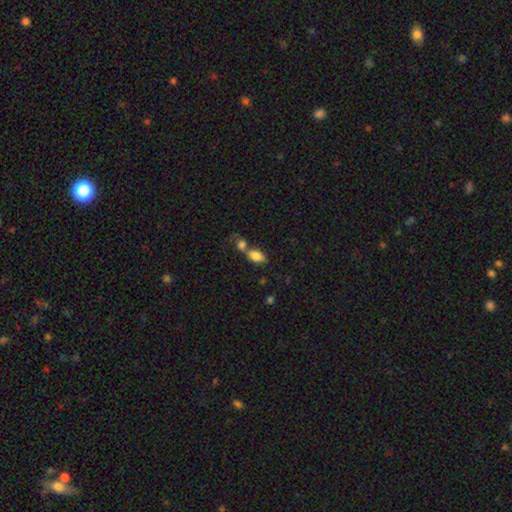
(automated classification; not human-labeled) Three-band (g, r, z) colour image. It shows a smooth galaxy with no disk features (82%) that is in between round and cigar-shaped (88%). Merging: merger (58%).